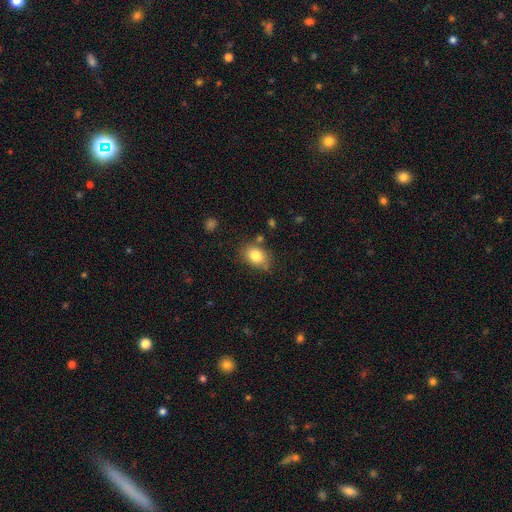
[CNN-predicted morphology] Smooth or featured? smooth (82%)
How rounded? in between (72%)
Merging? none (75%)